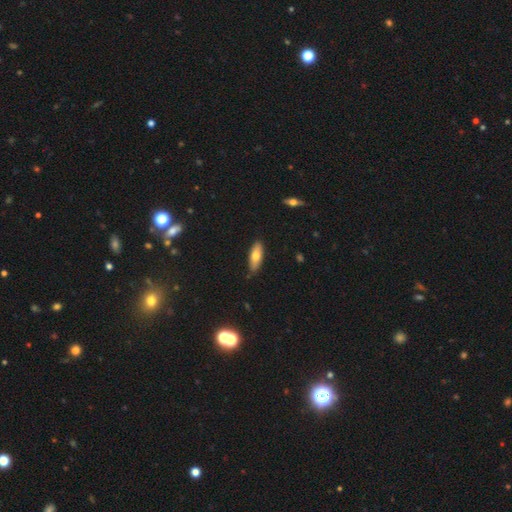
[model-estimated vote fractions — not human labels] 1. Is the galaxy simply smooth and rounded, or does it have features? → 69% smooth, 24% featured or disk, 7% star or artifact.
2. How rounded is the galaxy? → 67% in between, 31% cigar-shaped, 2% round.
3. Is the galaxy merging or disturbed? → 82% none, 14% minor disturbance, 2% major disturbance, 1% merger.